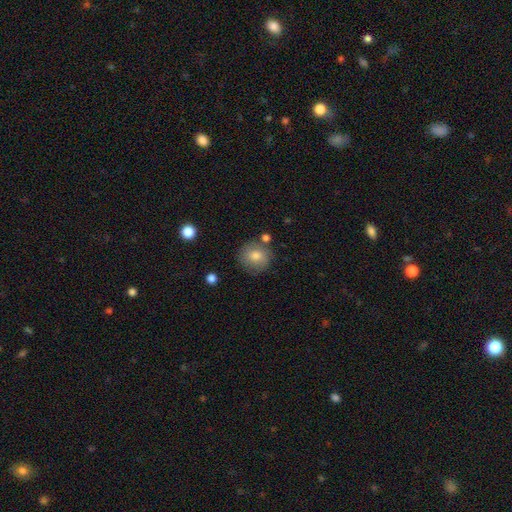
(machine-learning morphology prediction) Smooth or featured?
  - smooth: 79% *
  - featured or disk: 12%
  - star or artifact: 9%
How rounded?
  - round: 88% *
  - in between: 11%
  - cigar-shaped: 1%
Merging?
  - none: 78% *
  - minor disturbance: 12%
  - merger: 6%
  - major disturbance: 3%